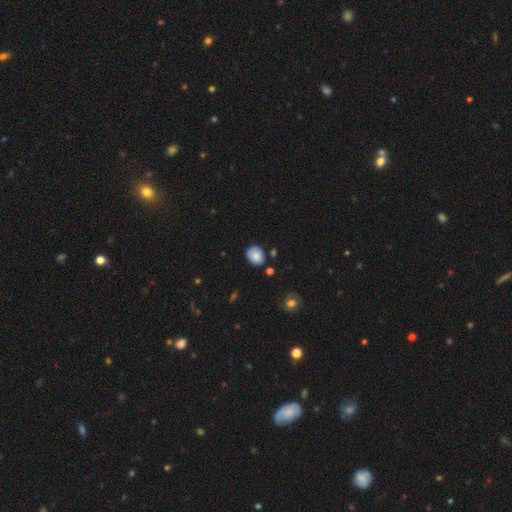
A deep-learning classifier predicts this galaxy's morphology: Smooth or featured?
  - smooth: 84% *
  - star or artifact: 9%
  - featured or disk: 7%
How rounded?
  - round: 56% *
  - in between: 44%
  - cigar-shaped: 1%
Merging?
  - none: 81% *
  - minor disturbance: 13%
  - merger: 3%
  - major disturbance: 2%